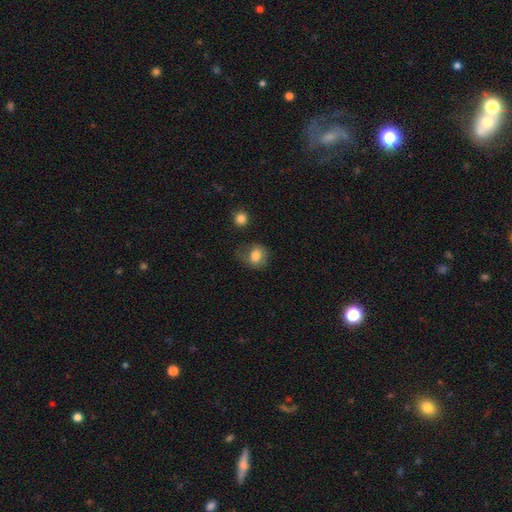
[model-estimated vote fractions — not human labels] Overall: smooth (79%). How rounded: round (58%; in between 41%). Merging: none (56%; minor disturbance 26%).